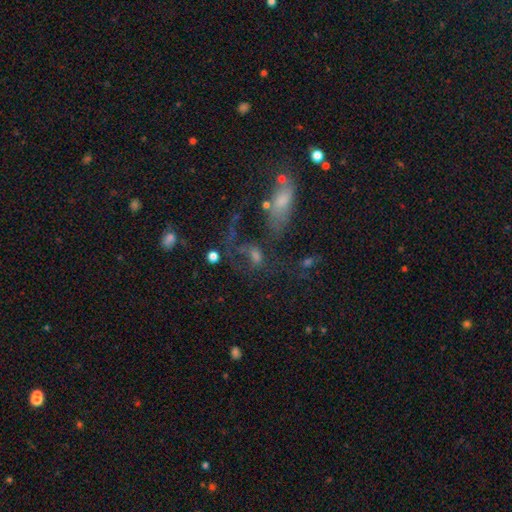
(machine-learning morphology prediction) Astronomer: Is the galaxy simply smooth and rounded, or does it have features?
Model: smooth — 40% (runner-up: featured or disk, 33%).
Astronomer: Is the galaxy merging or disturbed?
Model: none — 38% (runner-up: major disturbance, 26%).